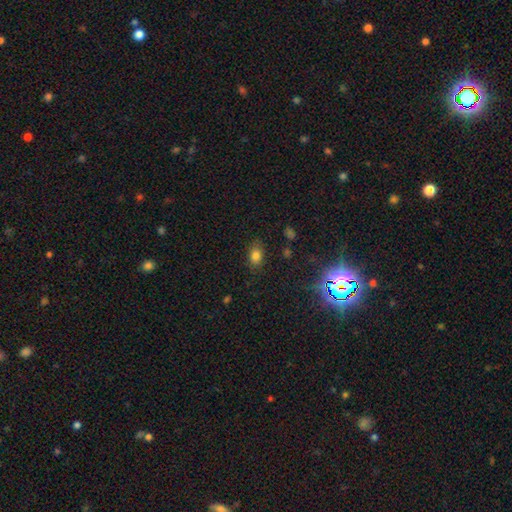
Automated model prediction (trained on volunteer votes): Smooth or featured? smooth (77%)
How rounded? in between (81%)
Merging? none (81%)